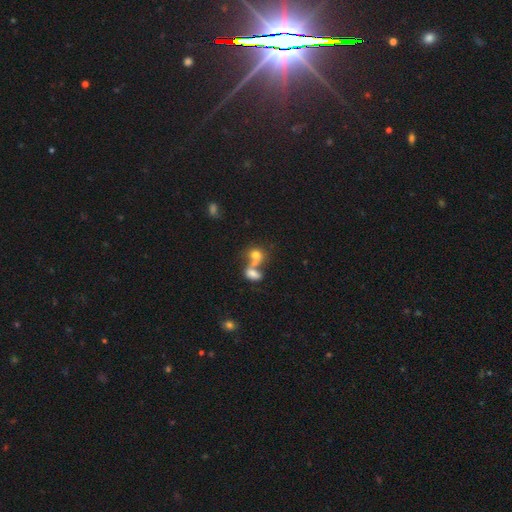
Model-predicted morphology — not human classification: A smooth galaxy with no disk features (74%) that is round (55%). Merging: merger (58%).